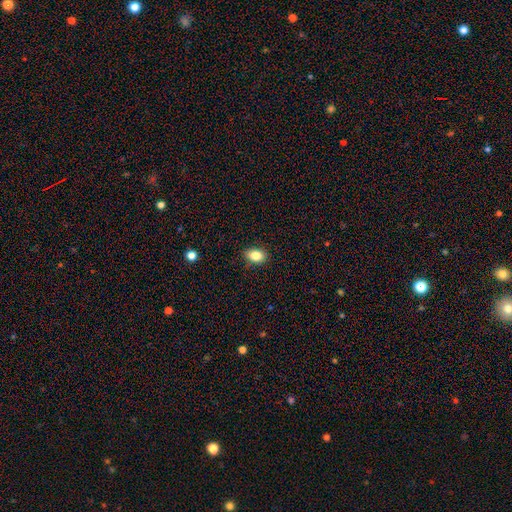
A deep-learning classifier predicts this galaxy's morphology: smooth 84%, star or artifact 9%, featured or disk 6%. Down the decision tree: how rounded — in between (78%); merging — none (85%).